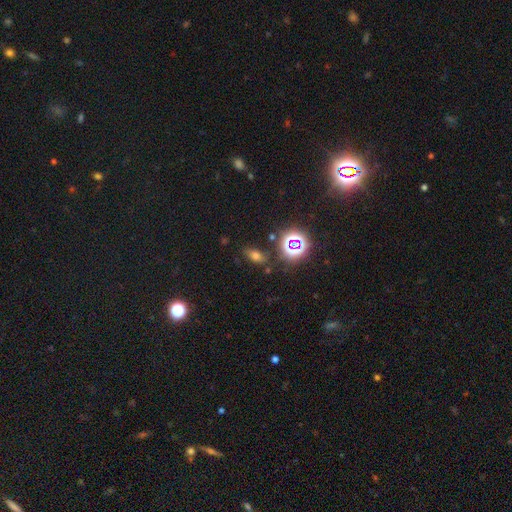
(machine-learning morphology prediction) Smooth or featured? Predicted: smooth (p=0.59). How rounded? Predicted: in between (p=0.76). Merging? Predicted: none (p=0.77).